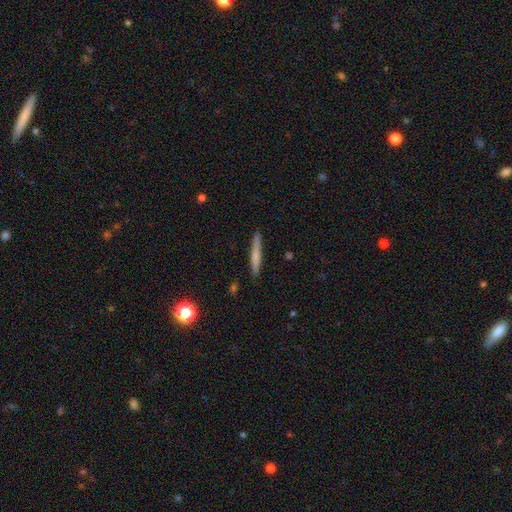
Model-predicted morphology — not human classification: smooth 65%, featured or disk 29%, star or artifact 6%. Down the decision tree: how rounded — cigar-shaped (95%); merging — none (88%).